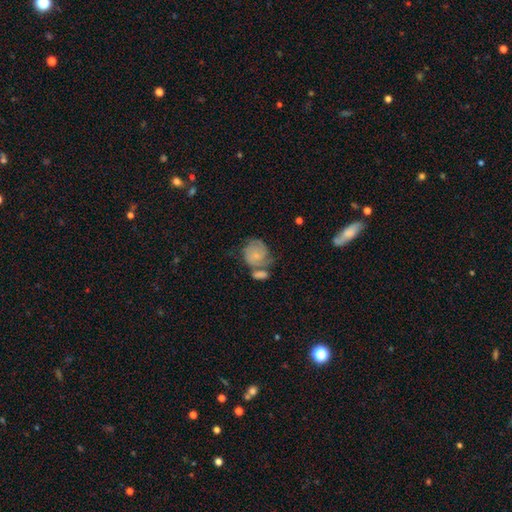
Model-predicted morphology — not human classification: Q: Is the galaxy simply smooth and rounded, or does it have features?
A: featured or disk — 46%, tied with smooth.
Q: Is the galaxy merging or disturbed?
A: none — 37%.